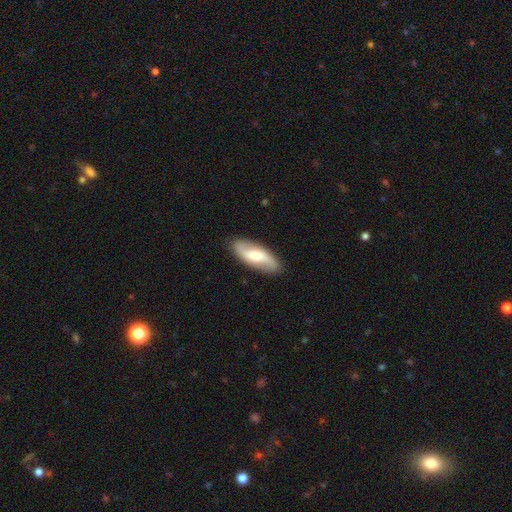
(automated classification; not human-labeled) The model was most divided on "bar": weak: 44%, no: 38%, strong: 18%. More confident: edge-on disk — no (88%); spiral arms — yes (88%); merging — none (87%); smooth or featured — featured or disk (58%); bulge size — moderate (56%).